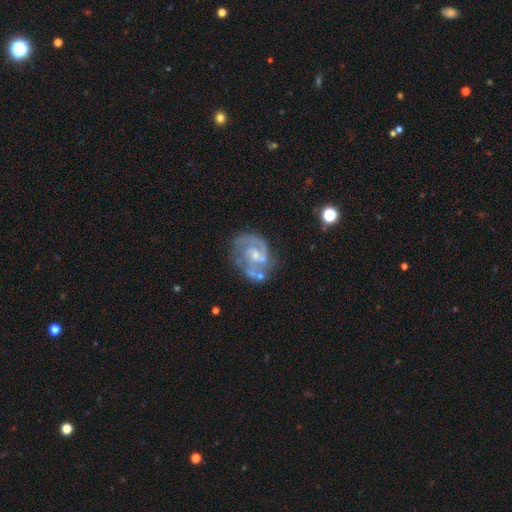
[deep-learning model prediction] featured or disk 86%, smooth 8%, star or artifact 6%. Down the decision tree: edge-on disk — no (98%); bar — weak (47%); spiral arms — yes (94%); spiral arm count — 2 (69%); spiral winding — medium (49%); bulge size — small (53%); merging — none (59%).